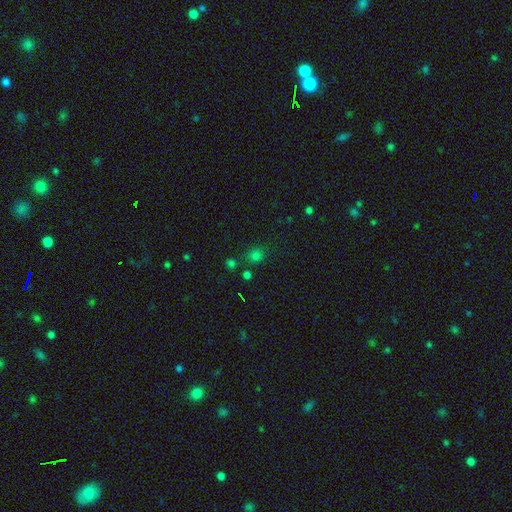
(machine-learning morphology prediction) Q: Smooth or featured?
A: smooth (66%); runner-up: star or artifact (29%)
Q: How rounded?
A: round (82%); runner-up: in between (17%)
Q: Merging?
A: none (75%); runner-up: minor disturbance (11%)